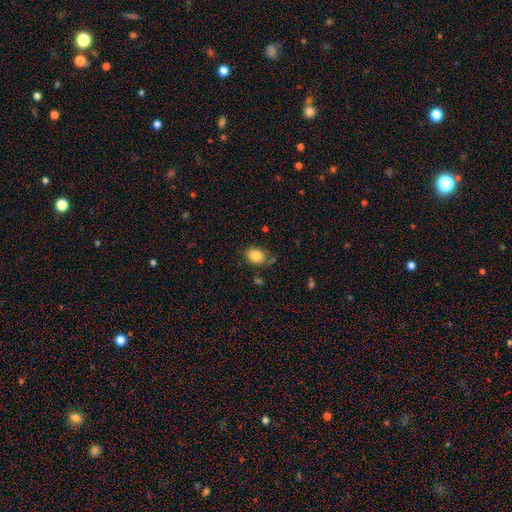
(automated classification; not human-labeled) This appears to be a smooth galaxy with no disk features (84%) that is in between round and cigar-shaped (54%). Merging: none (73%).